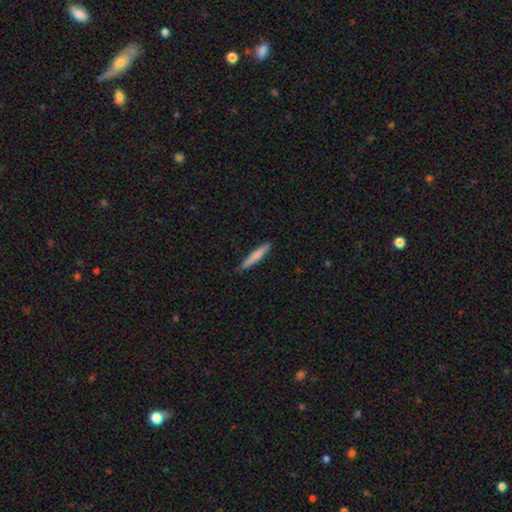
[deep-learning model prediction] Smooth or featured? smooth (72%)
How rounded? cigar-shaped (95%)
Merging? none (89%)